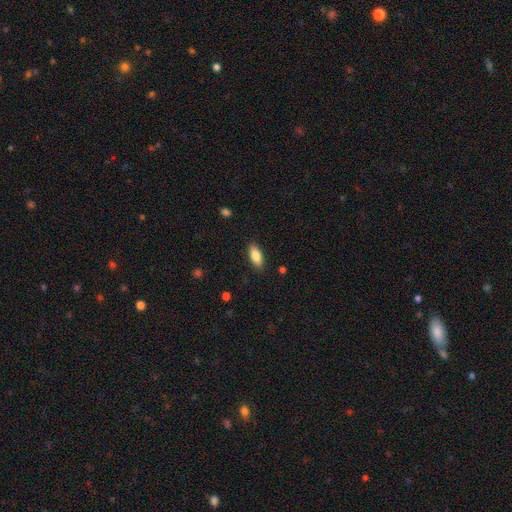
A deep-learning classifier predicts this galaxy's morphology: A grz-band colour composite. It shows a smooth galaxy with no disk features (82%) that is in between round and cigar-shaped (76%). Merging: none (87%).